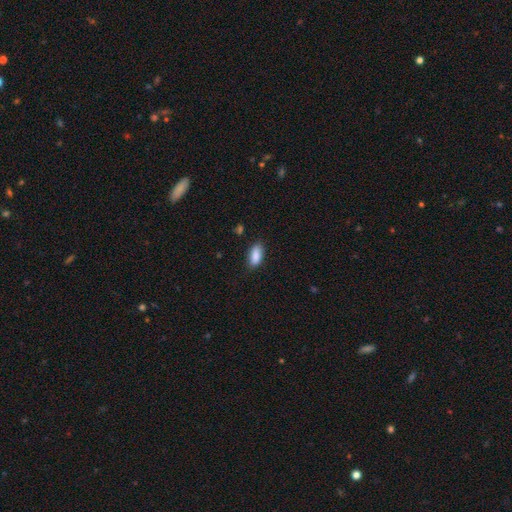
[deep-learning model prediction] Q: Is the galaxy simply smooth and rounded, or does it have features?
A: smooth — 88%.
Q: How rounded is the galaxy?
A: in between — 87%.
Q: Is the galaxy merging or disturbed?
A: none — 81%.